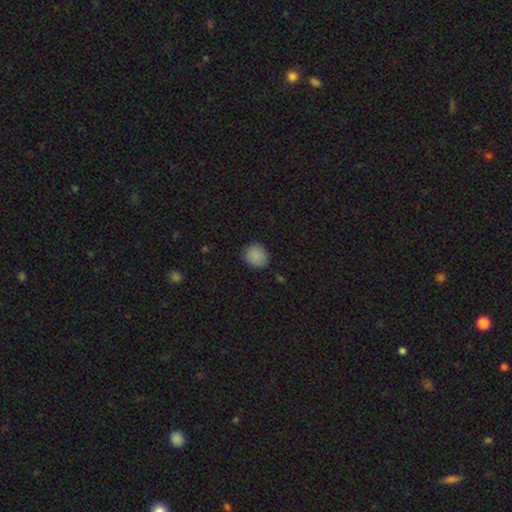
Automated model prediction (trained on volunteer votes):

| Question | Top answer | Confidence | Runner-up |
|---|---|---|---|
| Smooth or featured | smooth | 87% | star or artifact (10%) |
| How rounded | round | 82% | in between (17%) |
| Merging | none | 88% | minor disturbance (9%) |